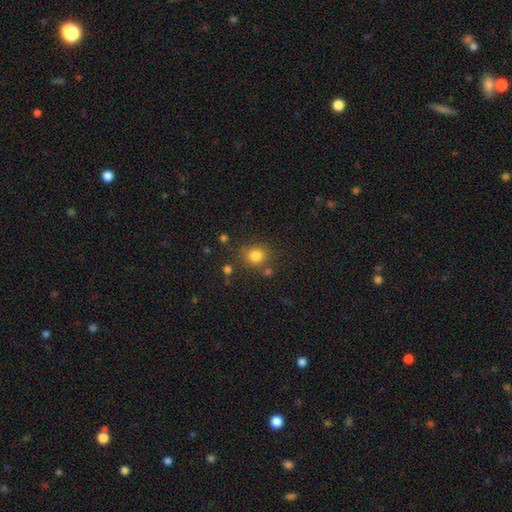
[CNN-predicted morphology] Smooth or featured: smooth — 81% (star or artifact — 13%)
How rounded: round — 82% (in between — 17%)
Merging: none — 76% (minor disturbance — 12%)